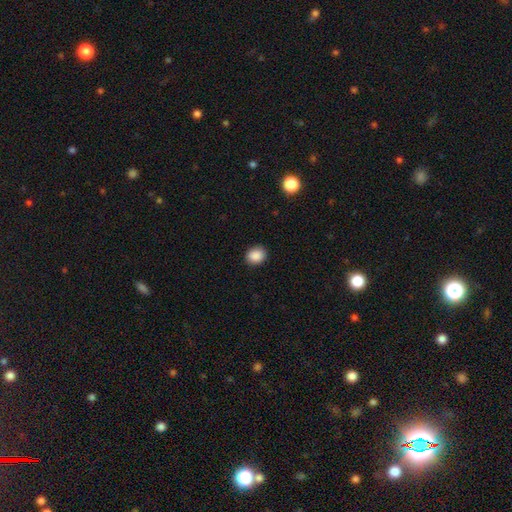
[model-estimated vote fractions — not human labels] A smooth galaxy with no disk features (89%) that is round (53%). Merging: none (89%).